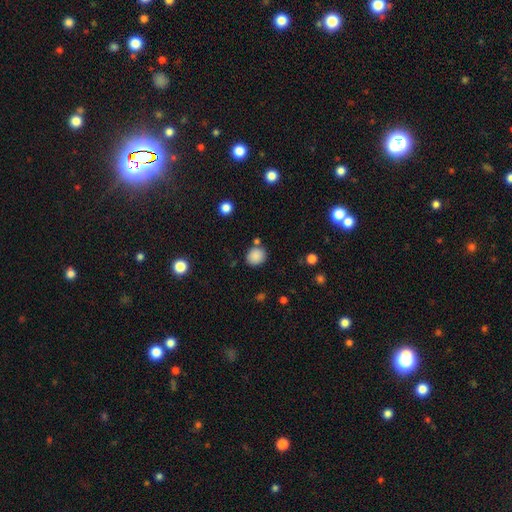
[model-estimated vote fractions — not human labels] smooth 86%, star or artifact 10%, featured or disk 4%. Down the decision tree: how rounded — round (74%); merging — none (76%).